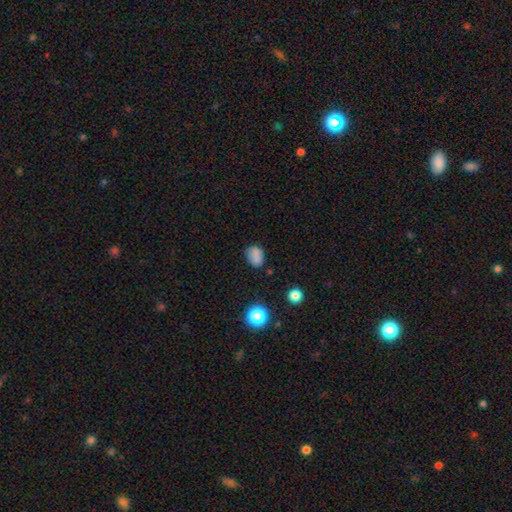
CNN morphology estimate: smooth_or_featured: smooth (p=0.82) [alt: star or artifact p=0.13]
how_rounded: in between (p=0.69) [alt: round p=0.30]
merging: none (p=0.76) [alt: minor disturbance p=0.18]